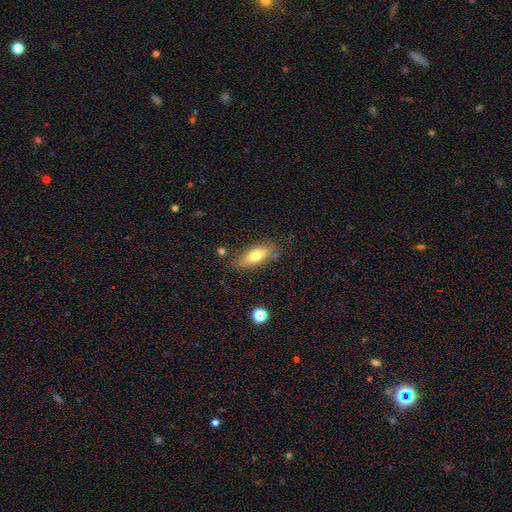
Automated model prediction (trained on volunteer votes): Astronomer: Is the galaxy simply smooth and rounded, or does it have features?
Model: smooth — 70%.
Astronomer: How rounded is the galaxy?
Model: in between — 73%.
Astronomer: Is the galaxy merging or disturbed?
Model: none — 78%.